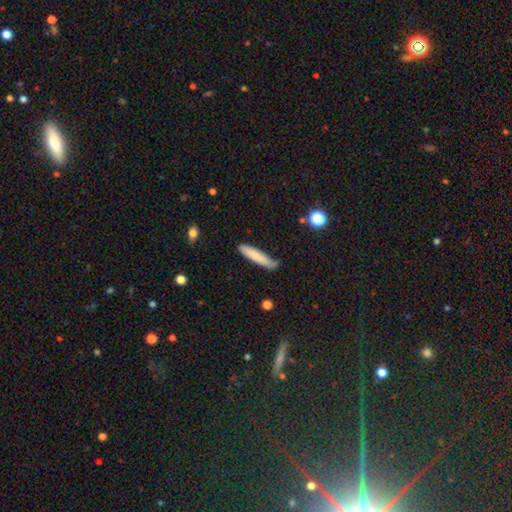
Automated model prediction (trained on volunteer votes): The model was most divided on "merging": none: 65%, minor disturbance: 27%, major disturbance: 5%, merger: 3%. More confident: how rounded — cigar-shaped (88%); smooth or featured — smooth (77%).